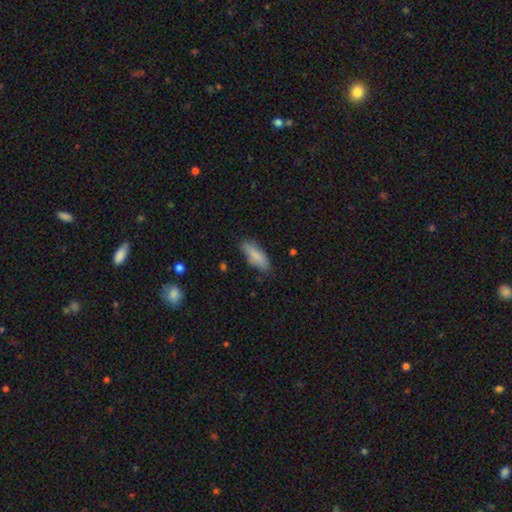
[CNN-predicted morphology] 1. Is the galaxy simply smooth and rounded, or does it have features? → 84% smooth, 10% featured or disk, 6% star or artifact.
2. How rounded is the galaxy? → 62% in between, 36% cigar-shaped, 2% round.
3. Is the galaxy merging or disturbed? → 78% none, 17% minor disturbance, 3% major disturbance, 2% merger.